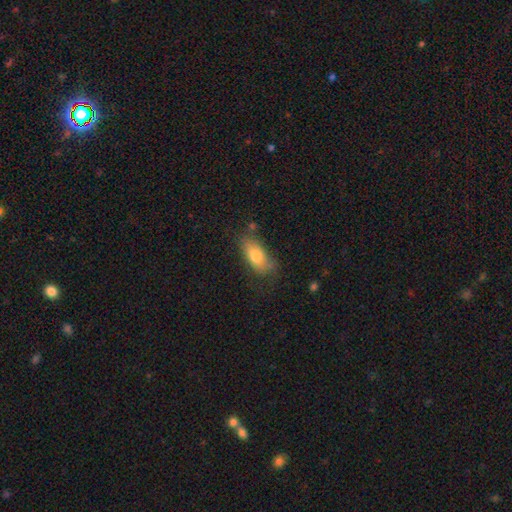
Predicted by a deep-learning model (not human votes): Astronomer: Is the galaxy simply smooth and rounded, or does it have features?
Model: smooth — 74%.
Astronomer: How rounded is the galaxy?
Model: in between — 84%.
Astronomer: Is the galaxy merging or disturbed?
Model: none — 65%.